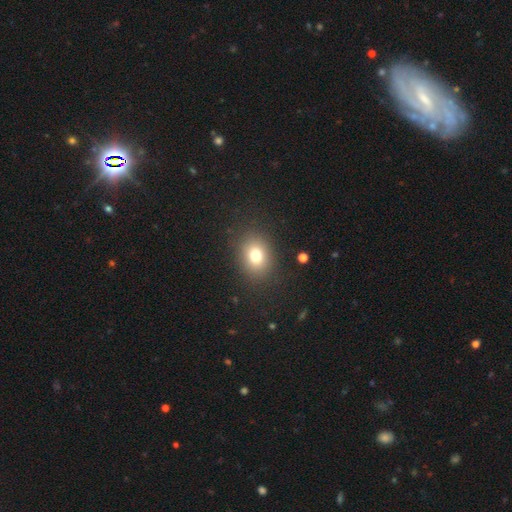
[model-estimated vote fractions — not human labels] A smooth galaxy with no disk features (76%) that is round (51%).

Vote fractions:
- Smooth or featured? smooth: 76% / star or artifact: 14% / featured or disk: 10%
- How rounded? round: 51% / in between: 48% / cigar-shaped: 1%
- Merging? none: 87% / minor disturbance: 8% / major disturbance: 4% / merger: 1%